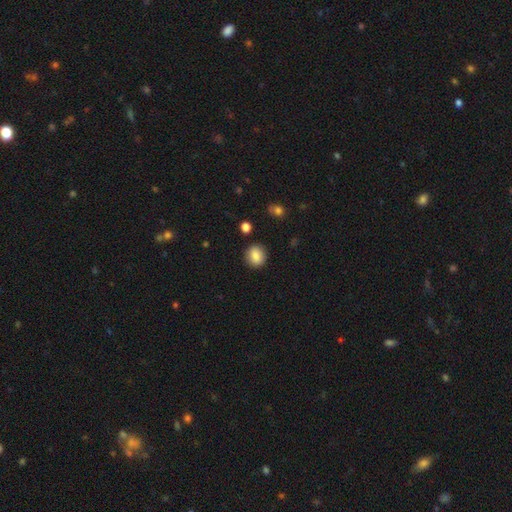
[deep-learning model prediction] smooth 84%, star or artifact 9%, featured or disk 7%. Down the decision tree: how rounded — round (78%); merging — none (88%).